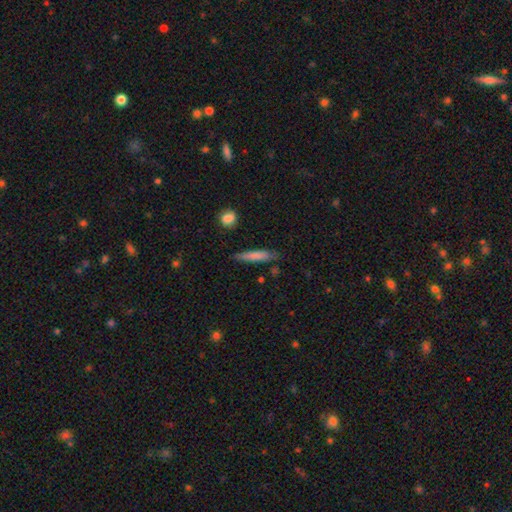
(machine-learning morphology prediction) smooth 76%, featured or disk 18%, star or artifact 6%. Down the decision tree: how rounded — cigar-shaped (88%); merging — none (81%).